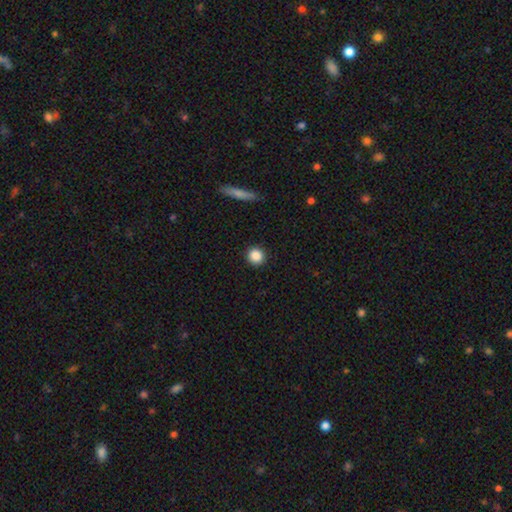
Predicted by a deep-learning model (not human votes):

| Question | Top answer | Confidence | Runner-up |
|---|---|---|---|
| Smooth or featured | smooth | 87% | star or artifact (9%) |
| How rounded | round | 93% | in between (6%) |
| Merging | none | 92% | minor disturbance (5%) |